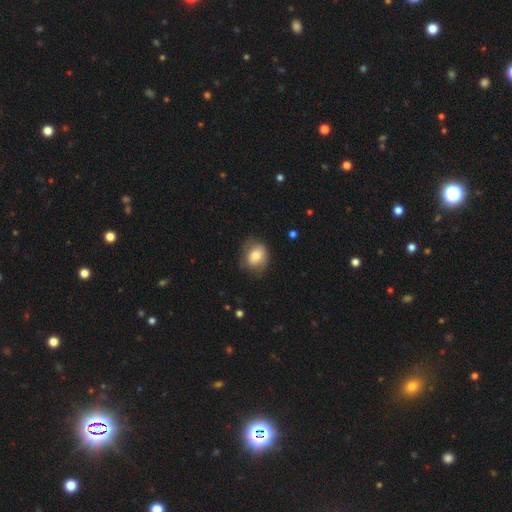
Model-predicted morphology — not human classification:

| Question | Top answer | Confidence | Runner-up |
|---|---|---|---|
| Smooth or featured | smooth | 73% | featured or disk (19%) |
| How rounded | round | 58% | in between (41%) |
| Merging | none | 64% | minor disturbance (26%) |